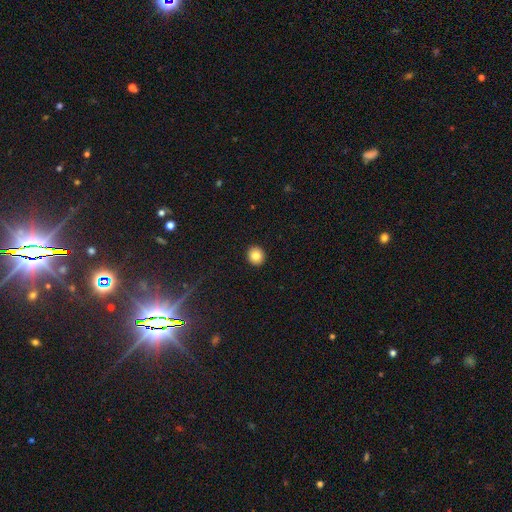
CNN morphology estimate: A smooth galaxy with no disk features (83%) that is round (89%).

Vote fractions:
- Smooth or featured? smooth: 83% / star or artifact: 10% / featured or disk: 7%
- How rounded? round: 89% / in between: 10% / cigar-shaped: 1%
- Merging? none: 93% / minor disturbance: 4% / major disturbance: 1% / merger: 1%